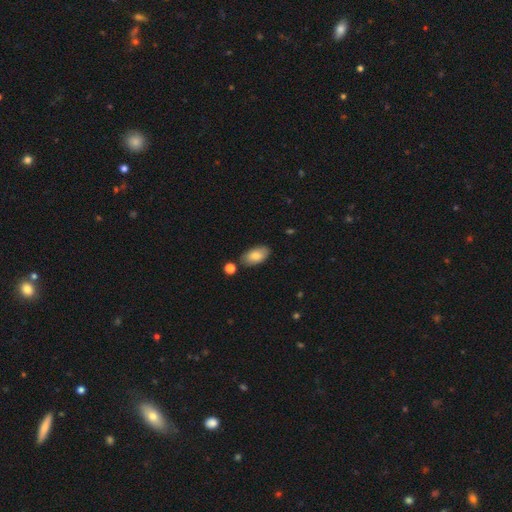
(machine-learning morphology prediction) Smooth or featured? Predicted: smooth (p=0.83). How rounded? Predicted: in between (p=0.94). Merging? Predicted: none (p=0.80).